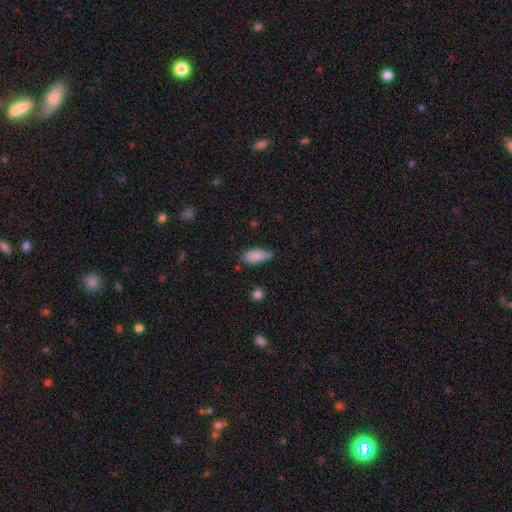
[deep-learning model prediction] The model was most divided on "merging": none: 56%, minor disturbance: 34%, major disturbance: 7%, merger: 3%. More confident: smooth or featured — smooth (85%); how rounded — in between (82%).